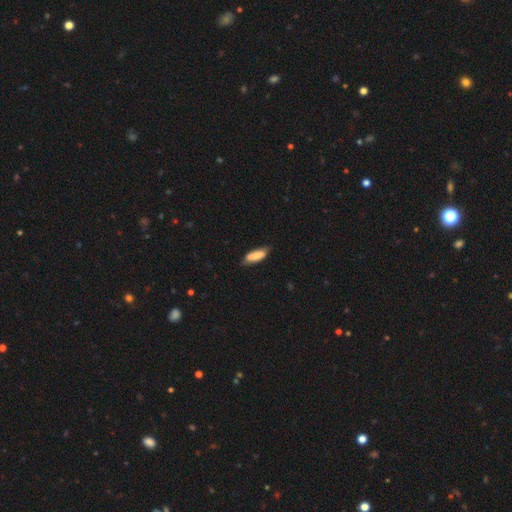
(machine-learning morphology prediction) This appears to be a smooth galaxy with no disk features (79%) that is cigar-shaped (50%). Merging: none (66%).